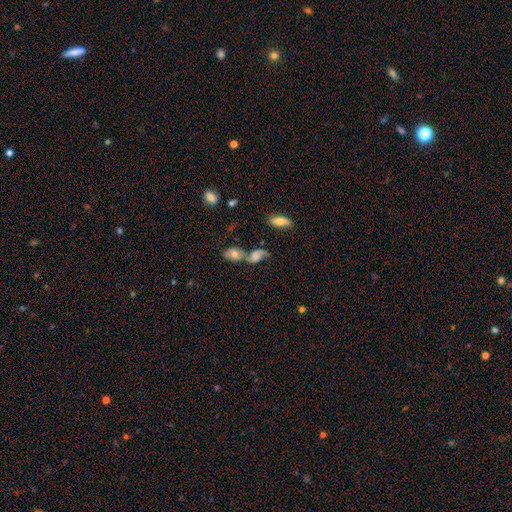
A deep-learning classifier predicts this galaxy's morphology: The model was most divided on "smooth or featured": smooth: 47%, featured or disk: 40%, star or artifact: 13%. Remaining: merging — merger (42%).